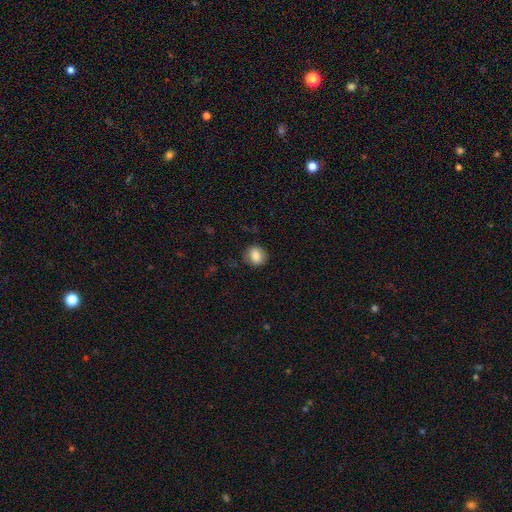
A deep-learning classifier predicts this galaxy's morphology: Smooth or featured?
  - smooth: 82% *
  - featured or disk: 9%
  - star or artifact: 9%
How rounded?
  - round: 71% *
  - in between: 28%
  - cigar-shaped: 1%
Merging?
  - none: 83% *
  - minor disturbance: 12%
  - major disturbance: 4%
  - merger: 1%